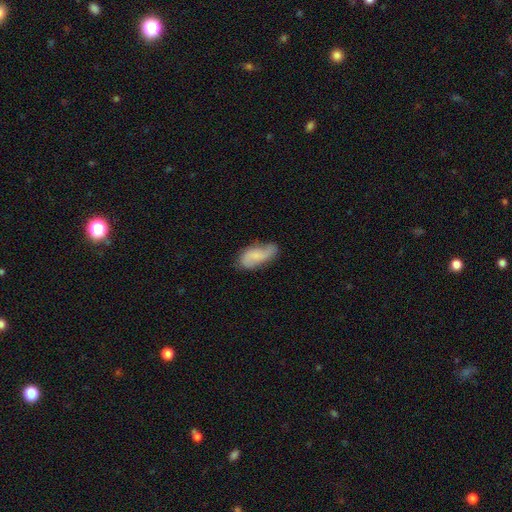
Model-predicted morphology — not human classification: This is possibly a smooth galaxy (47%). Merging: likely none (62%).